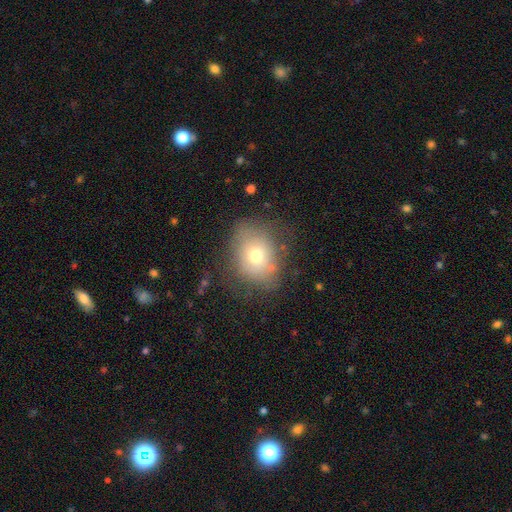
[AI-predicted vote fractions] Morphology: type=smooth (67%); roundness=in between (53%); merging=none (65%).